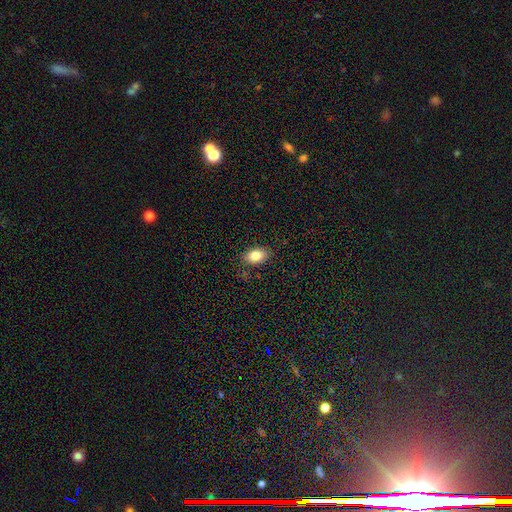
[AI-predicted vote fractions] This appears to be a smooth galaxy with no disk features (83%) that is in between round and cigar-shaped (84%). Merging: none (83%).